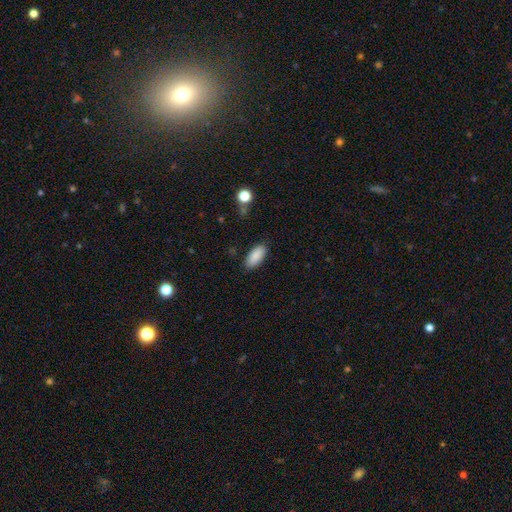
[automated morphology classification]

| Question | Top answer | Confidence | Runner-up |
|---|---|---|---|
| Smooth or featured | smooth | 89% | star or artifact (7%) |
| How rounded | in between | 88% | cigar-shaped (10%) |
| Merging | none | 86% | minor disturbance (10%) |